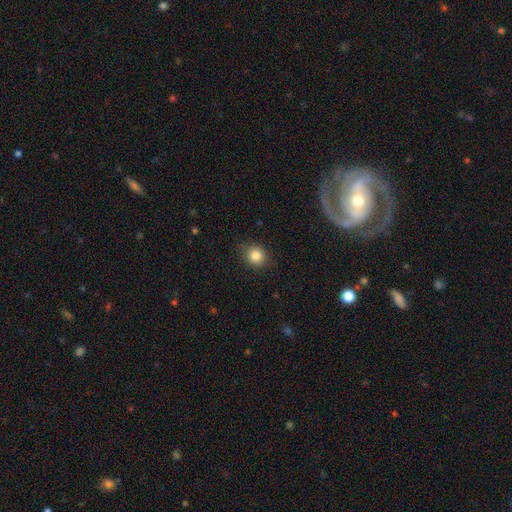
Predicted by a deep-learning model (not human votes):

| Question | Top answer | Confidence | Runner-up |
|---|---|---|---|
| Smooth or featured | smooth | 84% | star or artifact (10%) |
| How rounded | round | 78% | in between (21%) |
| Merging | none | 84% | minor disturbance (12%) |